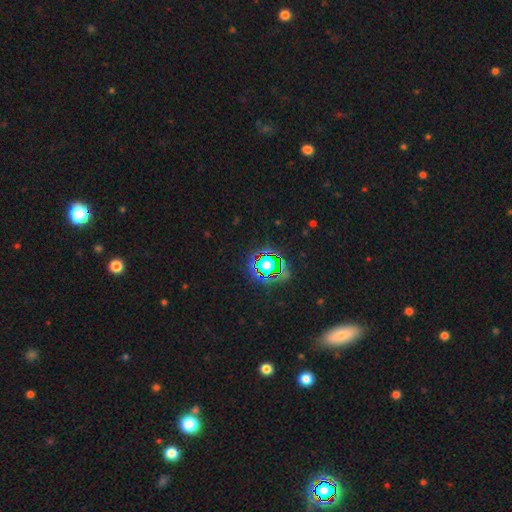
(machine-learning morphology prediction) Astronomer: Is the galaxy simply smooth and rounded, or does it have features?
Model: star or artifact — 68%.